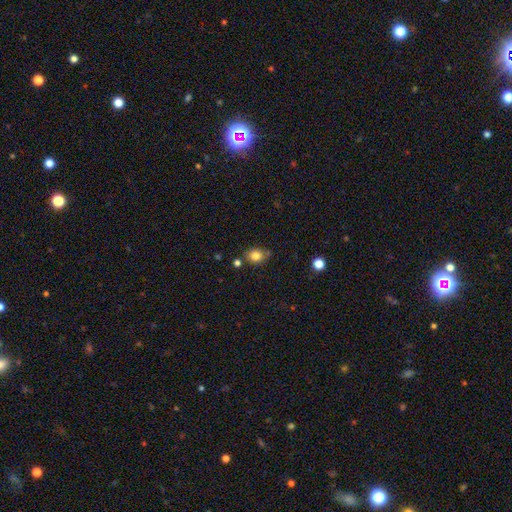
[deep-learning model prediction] Smooth or featured? Predicted: smooth (p=0.82). How rounded? Predicted: round (p=0.55). Merging? Predicted: none (p=0.72).